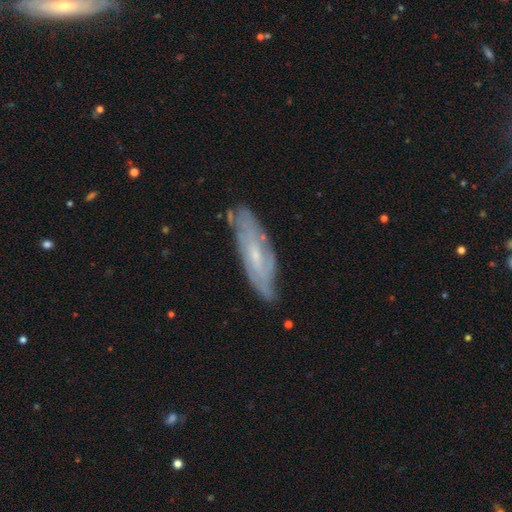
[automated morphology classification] Smooth or featured?
  - featured or disk: 72% *
  - smooth: 21%
  - star or artifact: 7%
Edge-on disk?
  - no: 75% *
  - yes: 25%
Bar?
  - no: 50% *
  - weak: 40%
  - strong: 9%
Spiral arms?
  - yes: 86% *
  - no: 14%
Bulge size?
  - small: 68% *
  - moderate: 24%
  - none: 6%
  - large: 1%
  - dominant: 1%
Merging?
  - none: 75% *
  - minor disturbance: 19%
  - major disturbance: 5%
  - merger: 2%